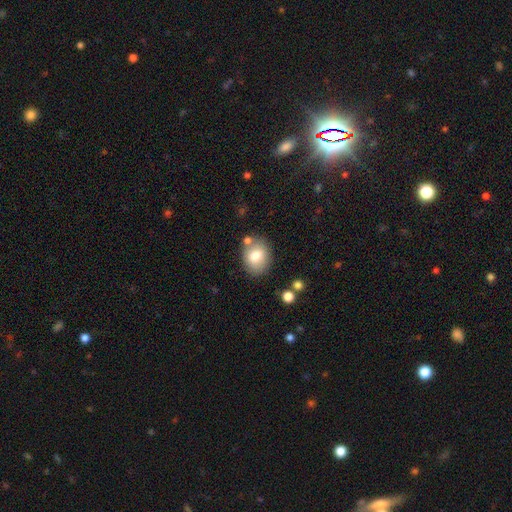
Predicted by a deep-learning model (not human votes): A smooth galaxy with no disk features (77%) that is in between round and cigar-shaped (55%). Merging: none (75%).